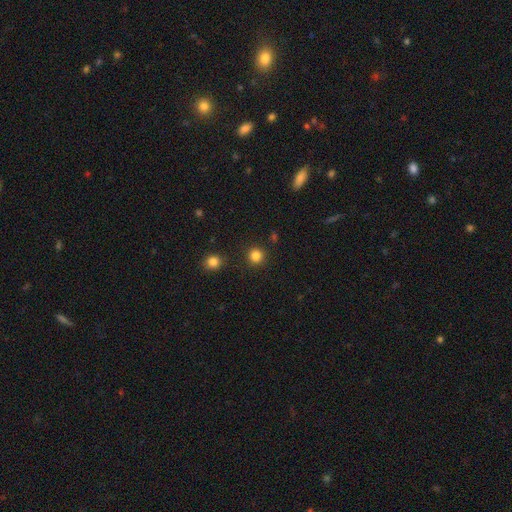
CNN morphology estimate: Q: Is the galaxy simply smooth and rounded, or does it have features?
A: smooth — 84%.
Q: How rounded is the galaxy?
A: round — 94%.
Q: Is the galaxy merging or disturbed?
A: none — 91%.